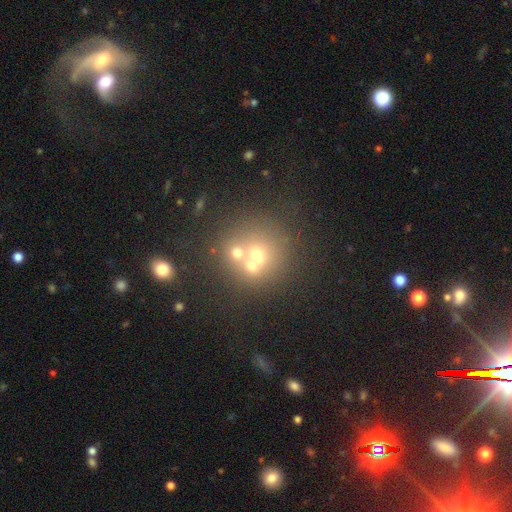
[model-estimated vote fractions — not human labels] smooth-or-featured: smooth: 51% | featured or disk: 29% | star or artifact: 20%
  how-rounded: round: 87% | in between: 12% | cigar-shaped: 1%
  merging: none: 46% | merger: 40% | minor disturbance: 8% | major disturbance: 6%